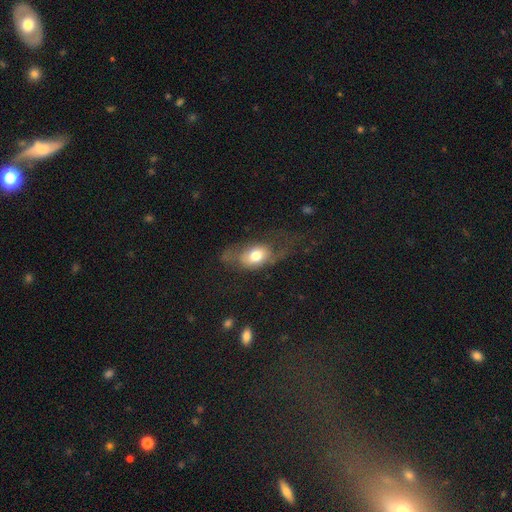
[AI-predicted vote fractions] smooth-or-featured: smooth: 61% | featured or disk: 31% | star or artifact: 8%
  how-rounded: in between: 81% | round: 15% | cigar-shaped: 4%
  merging: major disturbance: 38% | none: 36% | minor disturbance: 23% | merger: 3%